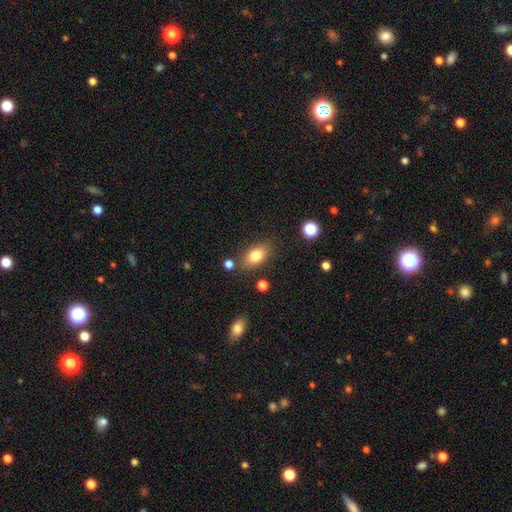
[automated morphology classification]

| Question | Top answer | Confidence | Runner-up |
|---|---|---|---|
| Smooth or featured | smooth | 80% | featured or disk (11%) |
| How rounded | in between | 85% | round (11%) |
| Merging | none | 80% | minor disturbance (12%) |